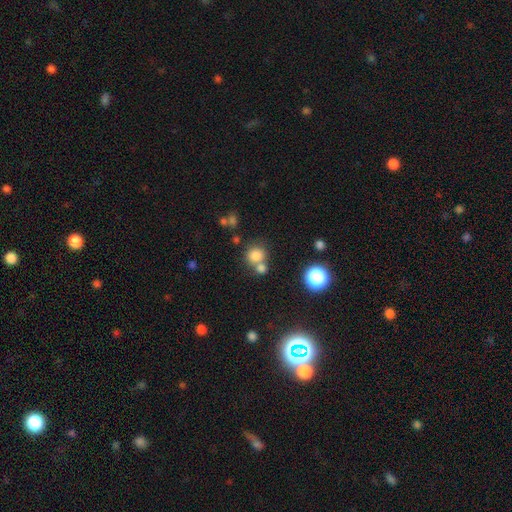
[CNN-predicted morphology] A smooth galaxy with no disk features (78%) that is round (83%).

Vote fractions:
- Smooth or featured? smooth: 78% / star or artifact: 14% / featured or disk: 8%
- How rounded? round: 83% / in between: 16% / cigar-shaped: 1%
- Merging? none: 51% / merger: 37% / minor disturbance: 8% / major disturbance: 4%